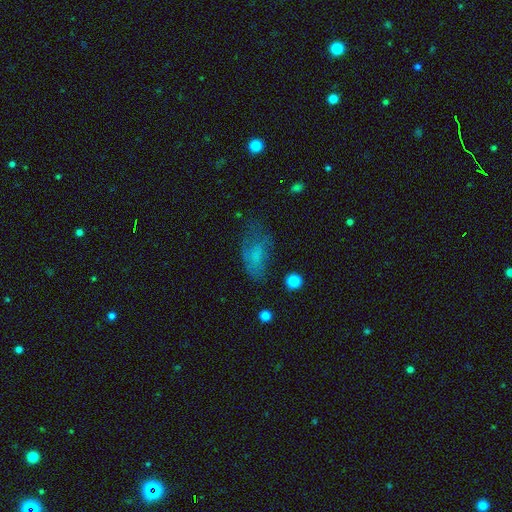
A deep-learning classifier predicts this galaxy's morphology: This appears to be a smooth galaxy with no disk features (58%) that is in between round and cigar-shaped (87%). Merging: none (45%).